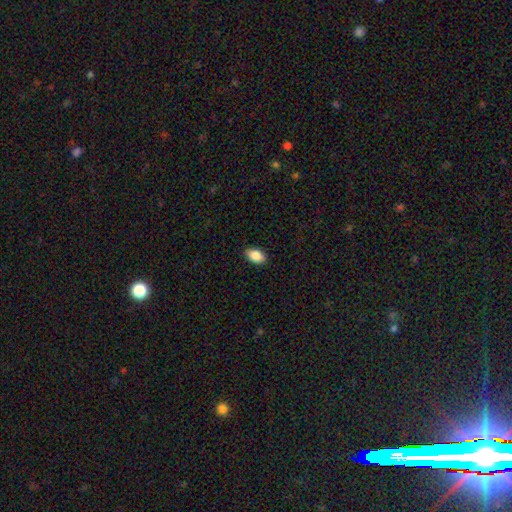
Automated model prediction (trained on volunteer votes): smooth 87%, star or artifact 7%, featured or disk 5%. Down the decision tree: how rounded — in between (91%); merging — none (87%).